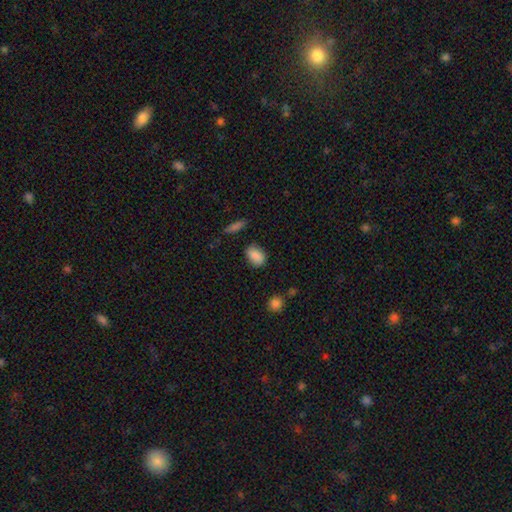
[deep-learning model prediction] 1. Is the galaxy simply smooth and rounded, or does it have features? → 86% smooth, 8% star or artifact, 6% featured or disk.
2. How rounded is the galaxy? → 76% in between, 22% round, 2% cigar-shaped.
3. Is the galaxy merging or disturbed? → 78% none, 16% minor disturbance, 4% major disturbance, 2% merger.